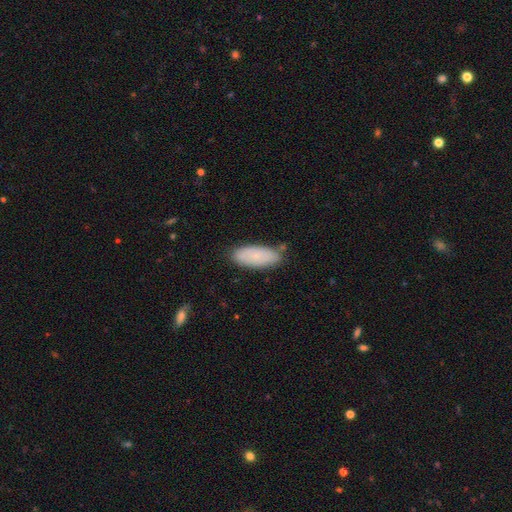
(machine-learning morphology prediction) Overall: smooth (79%). How rounded: in between (81%). Merging: none (78%).